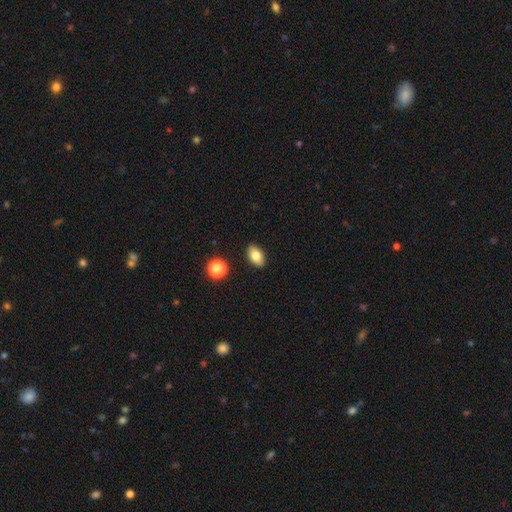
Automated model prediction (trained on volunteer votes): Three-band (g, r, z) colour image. It shows a smooth galaxy with no disk features (80%) that is in between round and cigar-shaped (89%). Merging: none (88%).